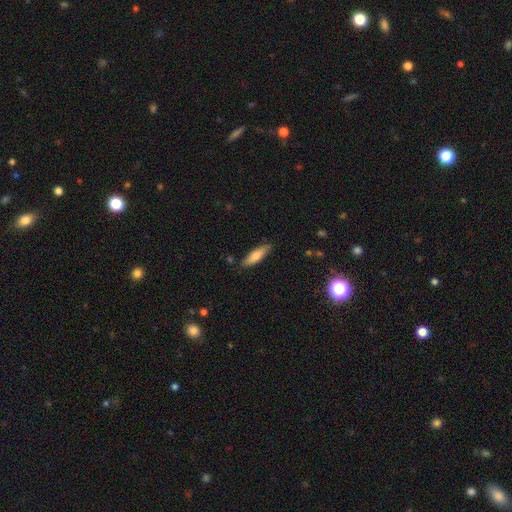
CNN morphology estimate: smooth 73%, featured or disk 21%, star or artifact 6%. Down the decision tree: how rounded — cigar-shaped (63%); merging — none (83%).